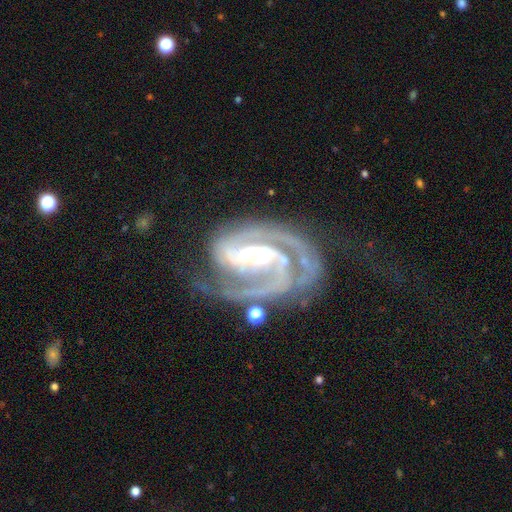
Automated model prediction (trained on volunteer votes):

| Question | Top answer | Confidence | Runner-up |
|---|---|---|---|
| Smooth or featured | featured or disk | 92% | star or artifact (5%) |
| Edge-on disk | no | 98% | yes (2%) |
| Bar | strong | 54% | weak (33%) |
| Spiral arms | yes | 98% | no (2%) |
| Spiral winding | tight | 48% | medium (44%) |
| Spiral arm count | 2 | 62% | 3 (19%) |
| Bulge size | moderate | 57% | large (20%) |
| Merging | none | 54% | minor disturbance (22%) |